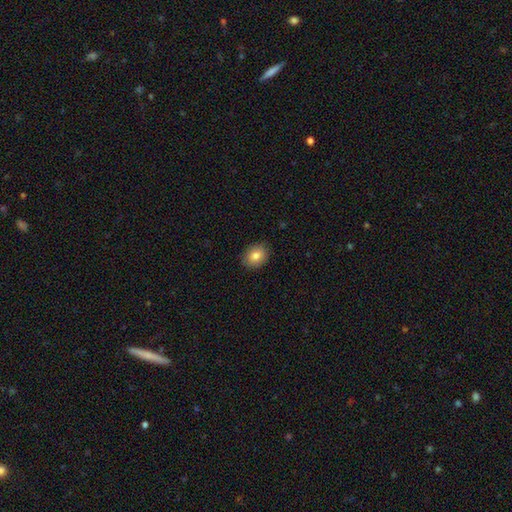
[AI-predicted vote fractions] Morphology: type=smooth (82%); roundness=in between (55%); merging=none (88%).